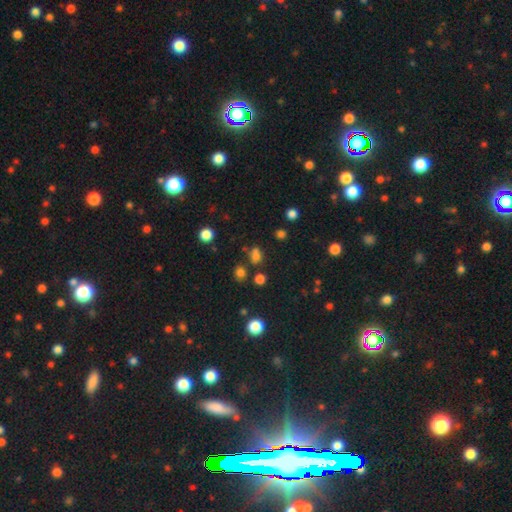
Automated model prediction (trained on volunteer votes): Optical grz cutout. It shows a smooth galaxy with no disk features (65%) that is round (63%). Merging: none (63%).